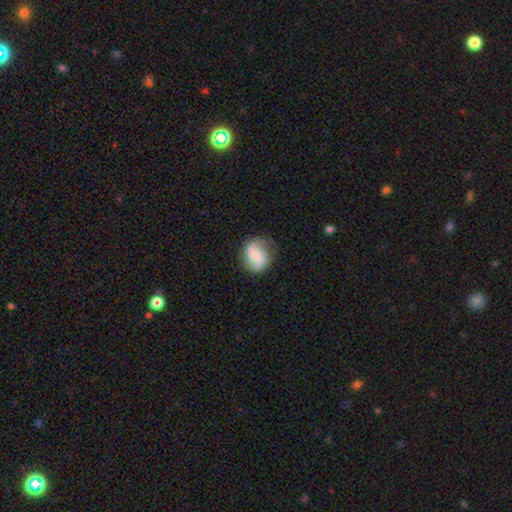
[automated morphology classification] smooth-or-featured: featured or disk: 58% | smooth: 34% | star or artifact: 7%
  disk-edge-on: no: 97% | yes: 3%
    bar: no: 47% | weak: 40% | strong: 13%
    has-spiral-arms: yes: 90% | no: 10%
      spiral-winding: loose: 45% | medium: 39% | tight: 16%
      spiral-arm-count: 2: 85% | can't tell: 7% | 1: 3% | 3: 2% | 4: 1% | more than 4: 1%
    bulge-size: small: 50% | moderate: 33% | none: 11% | large: 4% | dominant: 2%
  merging: none: 72% | minor disturbance: 19% | major disturbance: 7% | merger: 1%